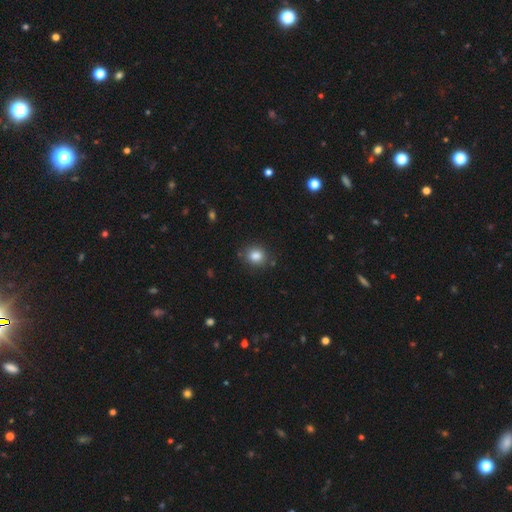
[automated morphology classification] smooth_or_featured: smooth (p=0.84) [alt: star or artifact p=0.10]
how_rounded: round (p=0.67) [alt: in between p=0.32]
merging: none (p=0.82) [alt: minor disturbance p=0.12]